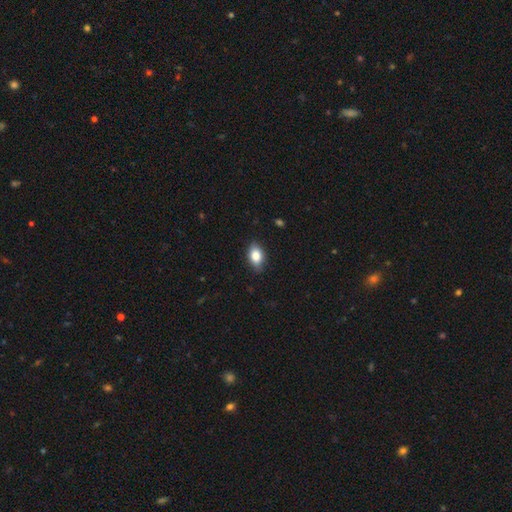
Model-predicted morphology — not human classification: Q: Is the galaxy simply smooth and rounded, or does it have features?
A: smooth — 83%.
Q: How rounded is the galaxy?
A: in between — 87%.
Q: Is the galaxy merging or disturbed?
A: none — 84%.